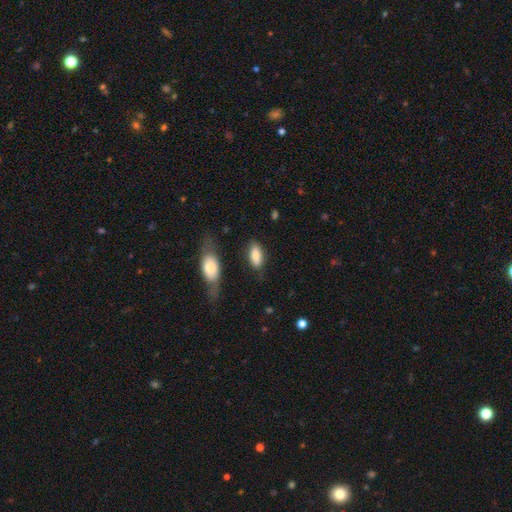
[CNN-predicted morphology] smooth-or-featured: smooth: 83% | featured or disk: 11% | star or artifact: 6%
  how-rounded: in between: 87% | cigar-shaped: 10% | round: 3%
  merging: none: 72% | minor disturbance: 16% | merger: 6% | major disturbance: 5%